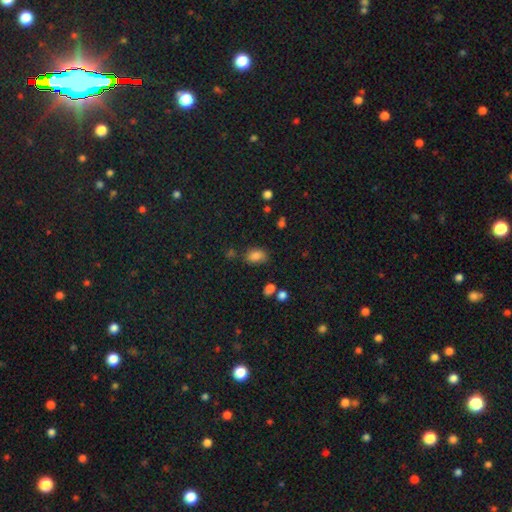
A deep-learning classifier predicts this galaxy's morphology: Smooth or featured: smooth — 80% (star or artifact — 13%)
How rounded: in between — 82% (round — 16%)
Merging: none — 70% (minor disturbance — 20%)